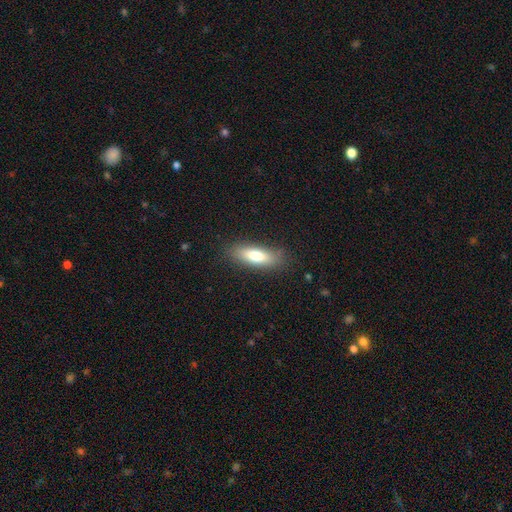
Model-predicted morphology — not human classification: Q: Smooth or featured?
A: smooth (76%); runner-up: featured or disk (17%)
Q: How rounded?
A: in between (53%); runner-up: cigar-shaped (45%)
Q: Merging?
A: none (83%); runner-up: minor disturbance (12%)